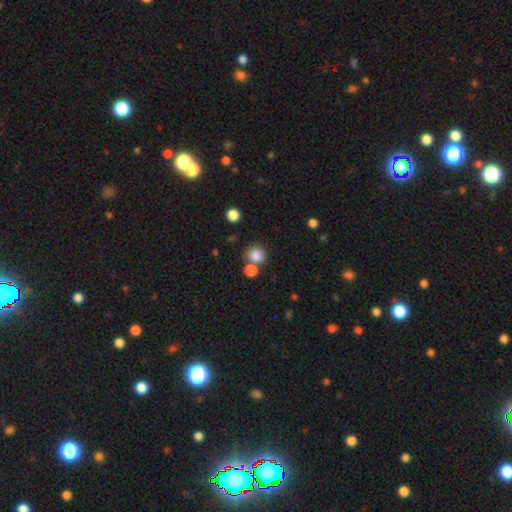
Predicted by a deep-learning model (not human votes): Smooth or featured: smooth — 82% (star or artifact — 12%)
How rounded: round — 90% (in between — 9%)
Merging: none — 64% (merger — 23%)